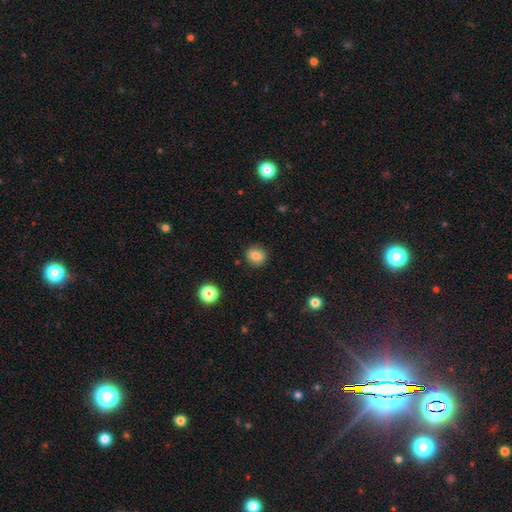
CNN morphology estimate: This appears to be a smooth galaxy with no disk features (83%) that is round (81%). Merging: none (88%).